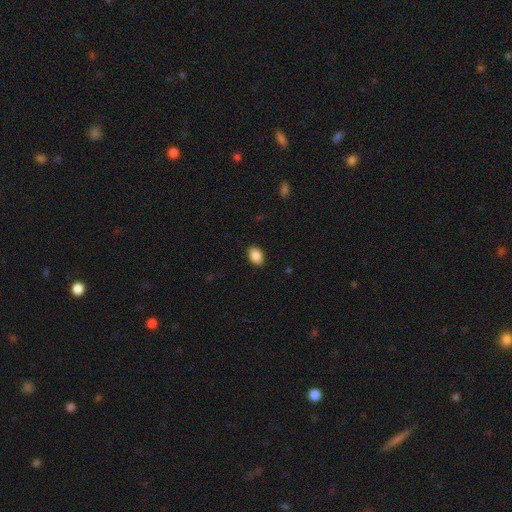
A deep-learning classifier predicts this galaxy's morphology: Smooth or featured?
  - smooth: 89% *
  - star or artifact: 7%
  - featured or disk: 4%
How rounded?
  - in between: 85% *
  - round: 14%
  - cigar-shaped: 1%
Merging?
  - none: 89% *
  - minor disturbance: 8%
  - major disturbance: 2%
  - merger: 1%